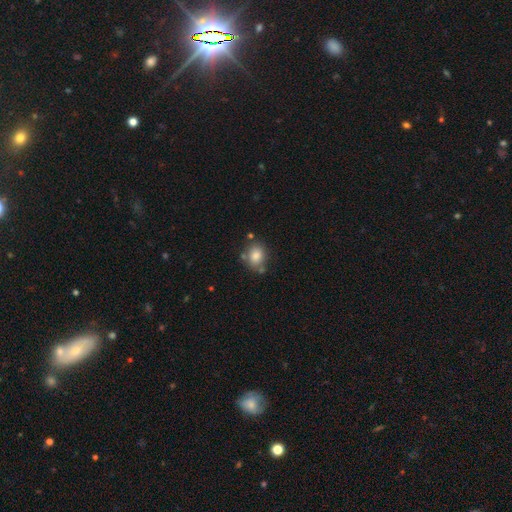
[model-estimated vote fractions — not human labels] Smooth or featured: smooth — 82% (star or artifact — 9%)
How rounded: round — 56% (in between — 43%)
Merging: none — 67% (minor disturbance — 18%)